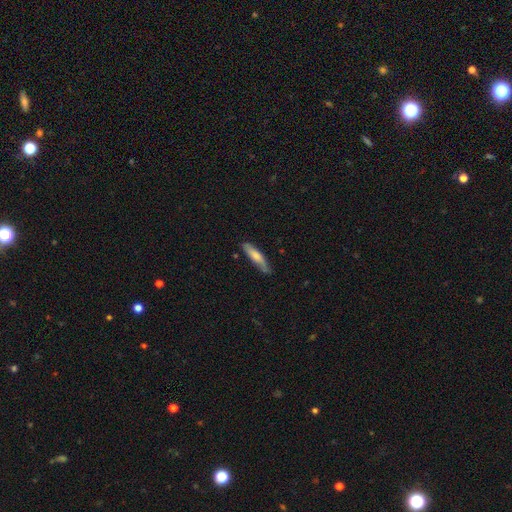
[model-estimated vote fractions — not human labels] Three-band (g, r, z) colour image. It shows a smooth galaxy with no disk features (69%) that is cigar-shaped (81%). Merging: none (72%).